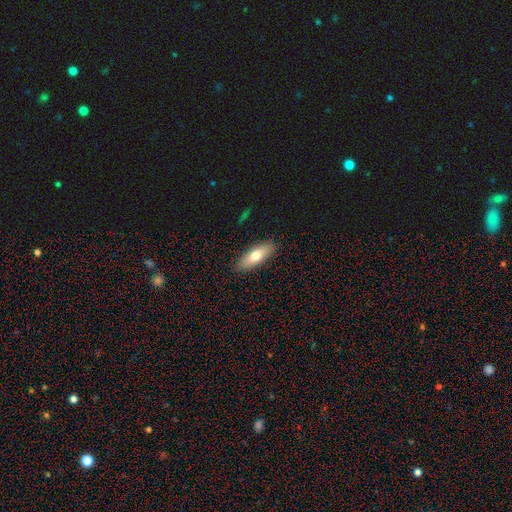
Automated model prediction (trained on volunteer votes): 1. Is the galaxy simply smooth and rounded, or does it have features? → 69% smooth, 24% featured or disk, 6% star or artifact.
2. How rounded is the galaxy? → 66% in between, 31% cigar-shaped, 3% round.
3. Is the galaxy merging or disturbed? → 89% none, 8% minor disturbance, 2% major disturbance, 1% merger.